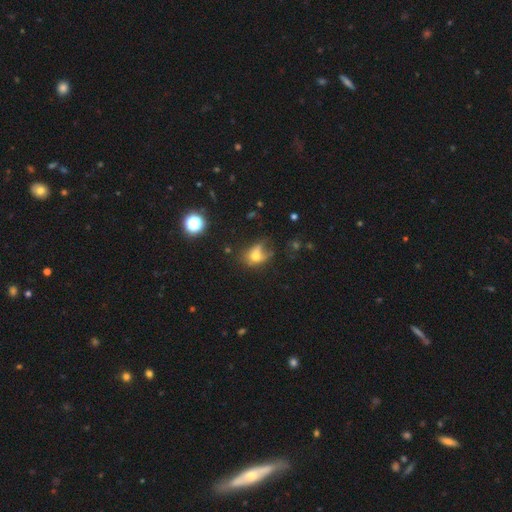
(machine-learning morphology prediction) Overall: smooth (59%; featured or disk 24%). How rounded: in between (56%; round 42%). Merging: none (35%; major disturbance 30%).